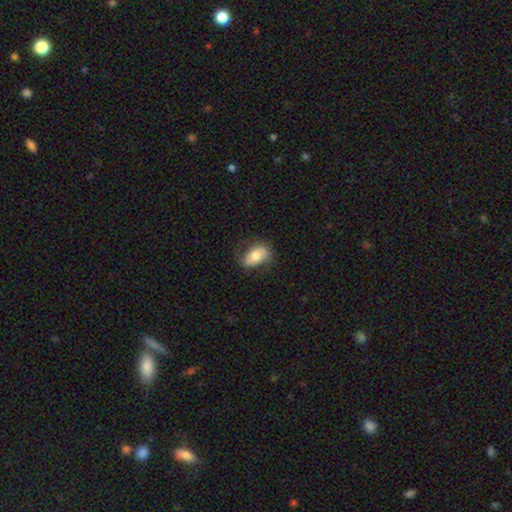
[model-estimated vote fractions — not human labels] smooth_or_featured: smooth (p=0.67) [alt: featured or disk p=0.26]
how_rounded: in between (p=0.89) [alt: round p=0.09]
merging: none (p=0.67) [alt: minor disturbance p=0.24]